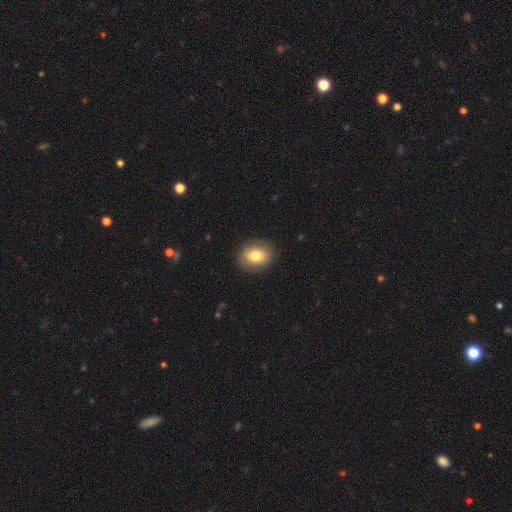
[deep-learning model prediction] Smooth or featured: smooth — 80% (featured or disk — 11%)
How rounded: in between — 51% (round — 48%)
Merging: none — 89% (minor disturbance — 8%)